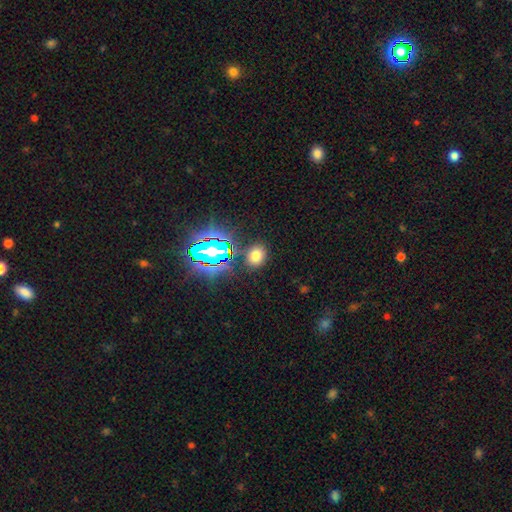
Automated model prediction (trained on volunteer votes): Smooth or featured? smooth (66%)
How rounded? in between (52%)
Merging? none (85%)